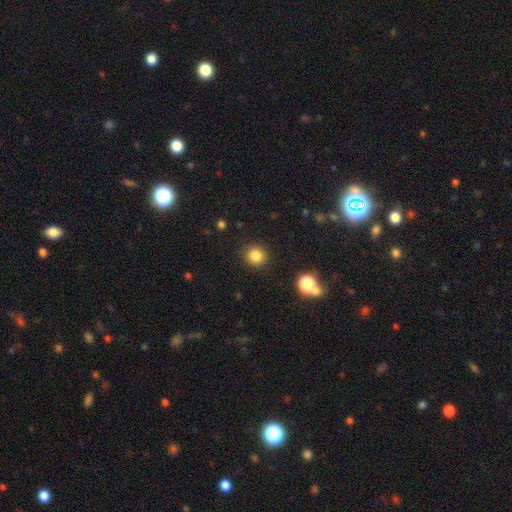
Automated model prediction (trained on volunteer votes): smooth 83%, star or artifact 12%, featured or disk 5%. Down the decision tree: how rounded — round (90%); merging — none (90%).